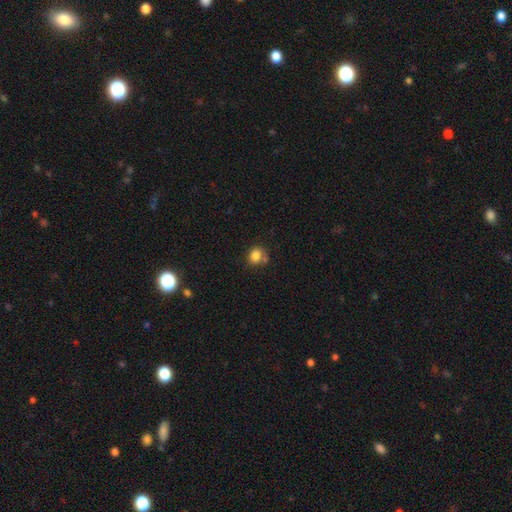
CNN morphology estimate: smooth 82%, star or artifact 11%, featured or disk 7%. Down the decision tree: how rounded — round (68%); merging — none (57%).